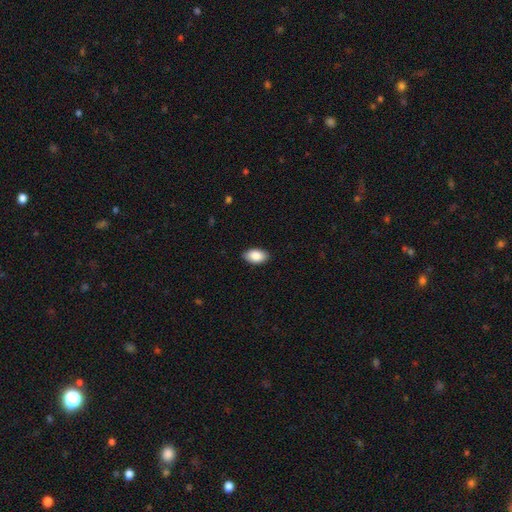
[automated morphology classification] Overall: smooth (87%). How rounded: in between (94%). Merging: none (89%).